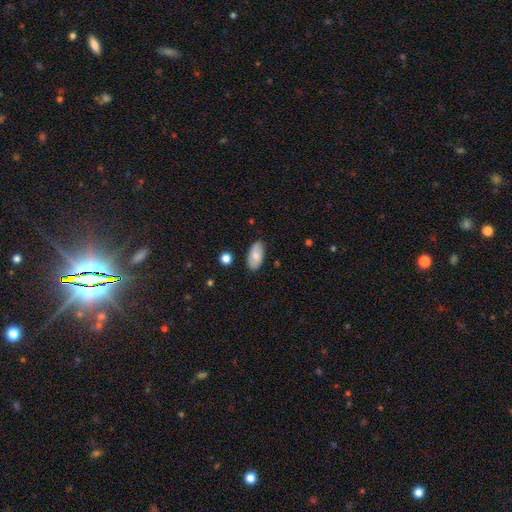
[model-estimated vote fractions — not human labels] Morphology: type=smooth (73%); roundness=in between (93%); merging=none (83%).